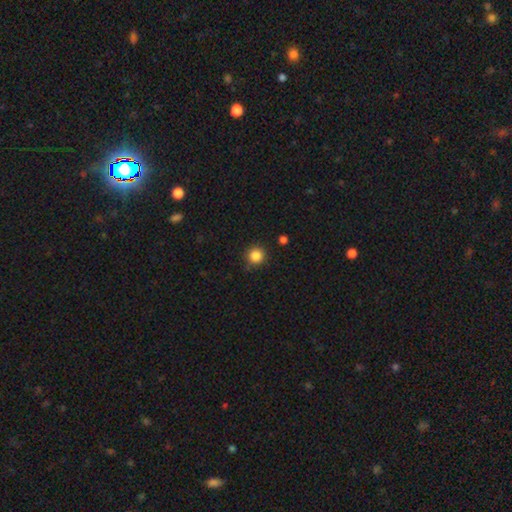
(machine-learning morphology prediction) smooth_or_featured: smooth (p=0.85) [alt: star or artifact p=0.11]
how_rounded: round (p=0.94) [alt: in between p=0.05]
merging: none (p=0.86) [alt: minor disturbance p=0.09]